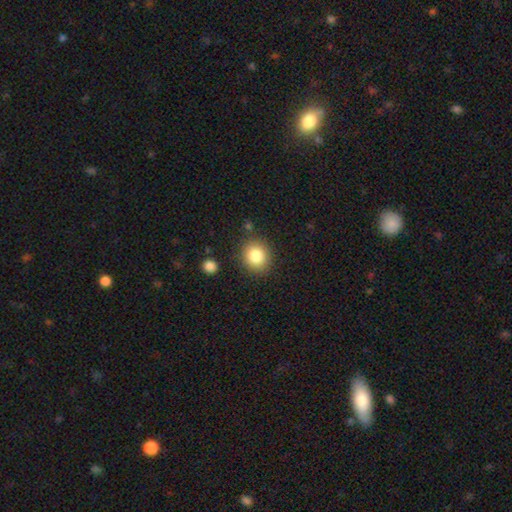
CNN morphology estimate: Smooth or featured?
  - smooth: 83% *
  - star or artifact: 10%
  - featured or disk: 7%
How rounded?
  - round: 80% *
  - in between: 19%
  - cigar-shaped: 1%
Merging?
  - none: 85% *
  - minor disturbance: 9%
  - major disturbance: 3%
  - merger: 3%